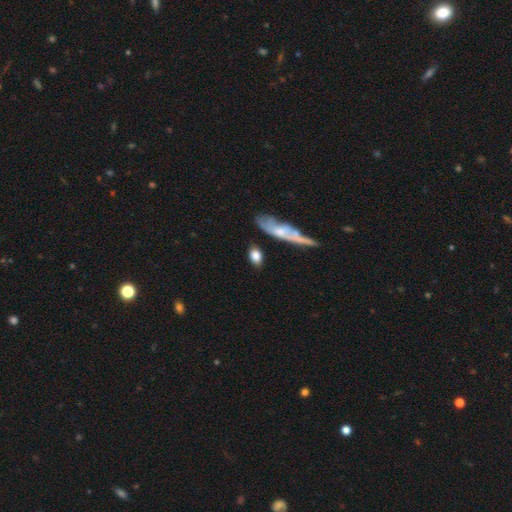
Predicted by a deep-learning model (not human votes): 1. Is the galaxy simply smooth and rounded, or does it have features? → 79% smooth, 14% featured or disk, 6% star or artifact.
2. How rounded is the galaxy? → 76% in between, 12% round, 12% cigar-shaped.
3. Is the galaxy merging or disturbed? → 72% none, 16% minor disturbance, 6% merger, 6% major disturbance.